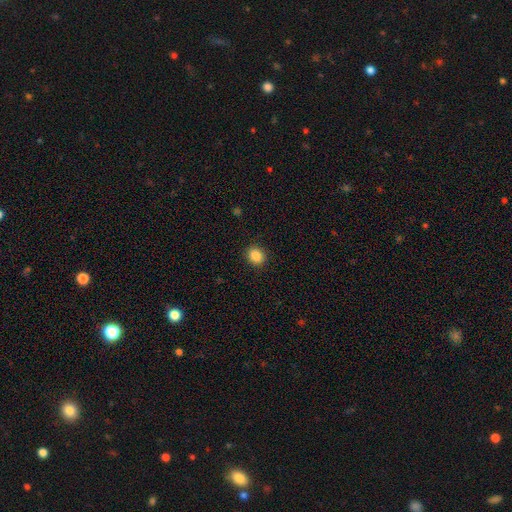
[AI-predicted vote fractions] Morphology: type=smooth (87%); roundness=round (66%); merging=none (90%).